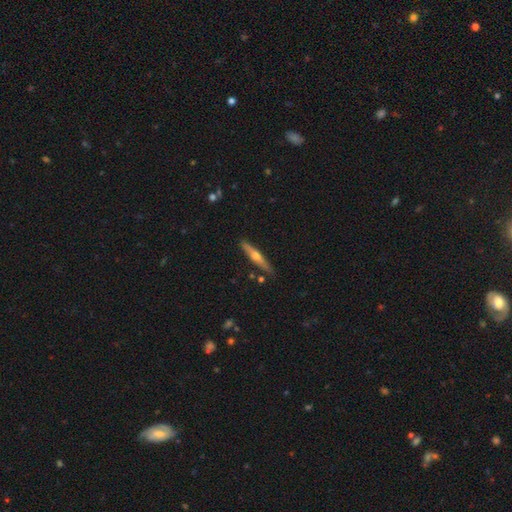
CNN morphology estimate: This is likely a featured or disk galaxy (64%). It is clearly viewed edge-on (96%). Edge-on bulge: clearly rounded (90%). Merging: clearly none (88%).